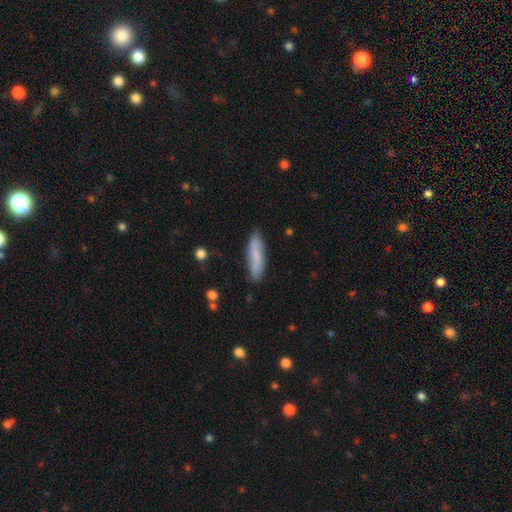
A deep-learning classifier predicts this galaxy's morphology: Smooth or featured? Predicted: smooth (p=0.78). How rounded? Predicted: cigar-shaped (p=0.77). Merging? Predicted: none (p=0.85).